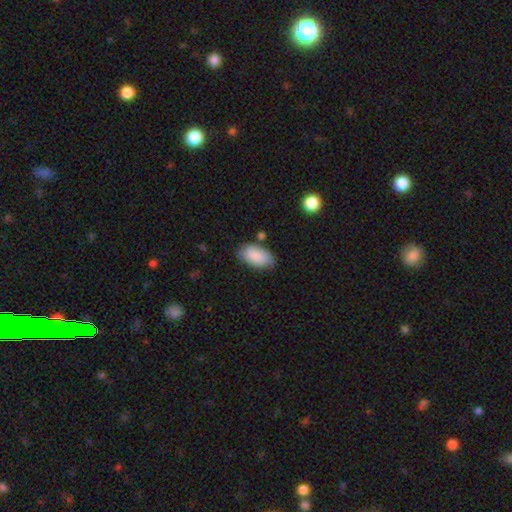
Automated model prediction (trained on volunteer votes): Morphology: type=smooth (88%); roundness=in between (94%); merging=none (73%).